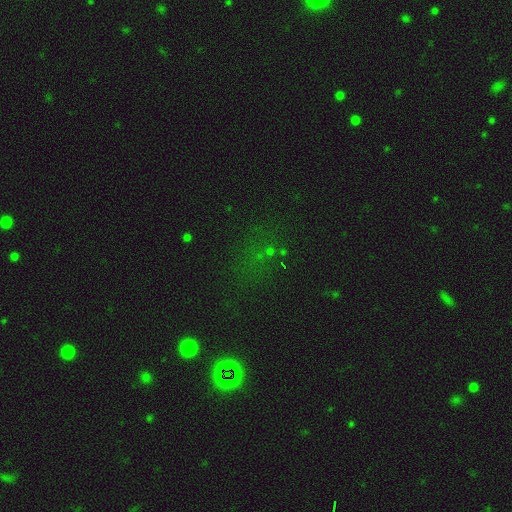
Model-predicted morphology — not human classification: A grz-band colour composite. It shows a star or artifact, not a galaxy (63%).